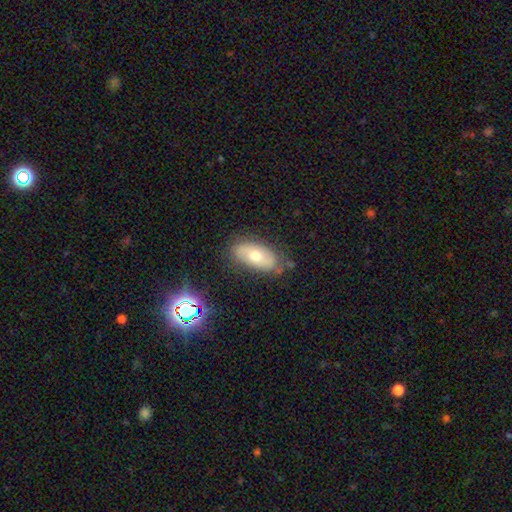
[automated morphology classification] Overall: smooth (60%; featured or disk 30%). How rounded: in between (90%). Merging: none (75%).